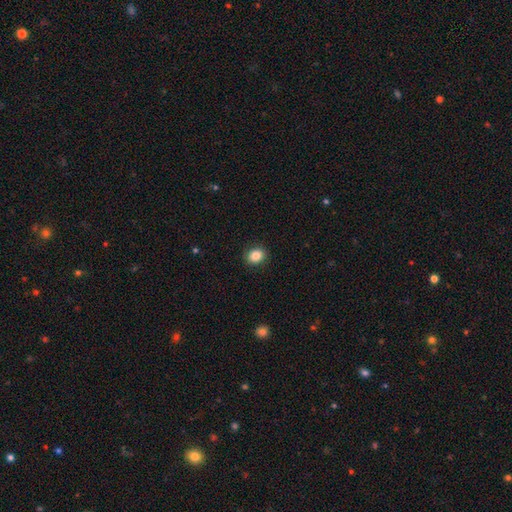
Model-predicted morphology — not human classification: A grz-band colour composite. It shows a smooth galaxy with no disk features (86%) that is round (52%). Merging: none (90%).